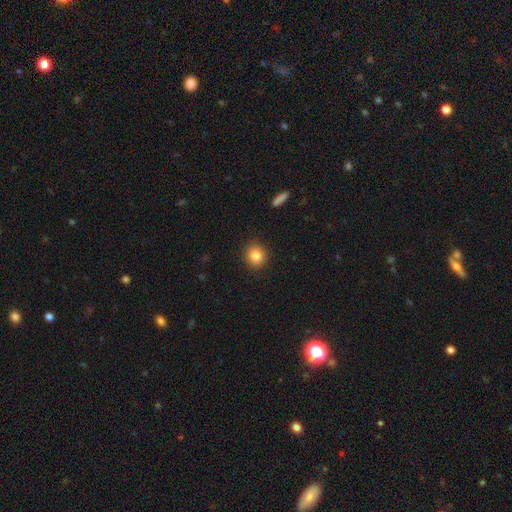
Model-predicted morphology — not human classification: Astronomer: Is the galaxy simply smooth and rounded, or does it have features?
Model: smooth — 85%.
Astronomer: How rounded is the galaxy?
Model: round — 84%.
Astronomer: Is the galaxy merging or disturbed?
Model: none — 90%.